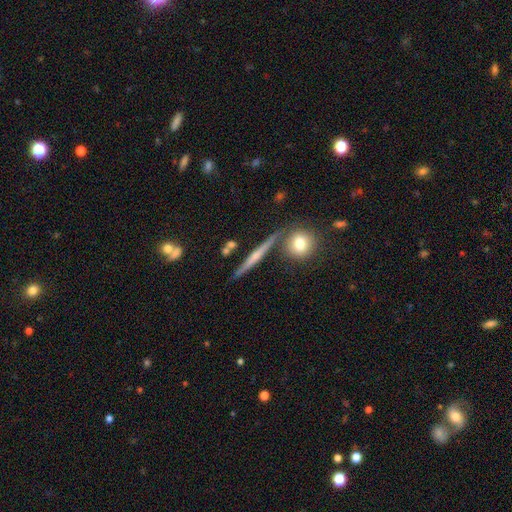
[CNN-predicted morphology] Smooth or featured: featured or disk — 65% (smooth — 27%)
Edge-on disk: yes — 96% (no — 4%)
Edge-on bulge: rounded — 55% (none — 35%)
Merging: none — 83% (minor disturbance — 9%)